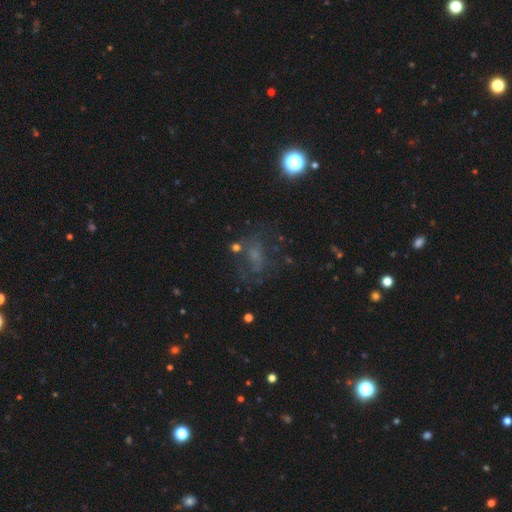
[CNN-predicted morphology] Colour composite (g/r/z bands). It shows a featured or disk galaxy (41%). Merging: none (55%).